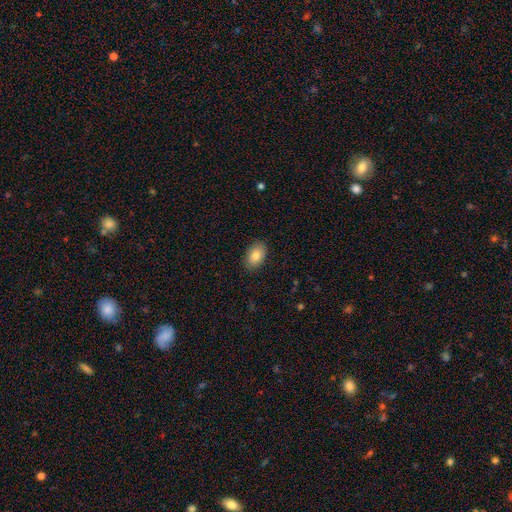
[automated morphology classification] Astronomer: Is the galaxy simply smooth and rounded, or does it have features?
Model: smooth — 85%.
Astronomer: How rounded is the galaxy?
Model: in between — 90%.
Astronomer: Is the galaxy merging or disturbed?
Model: none — 87%.